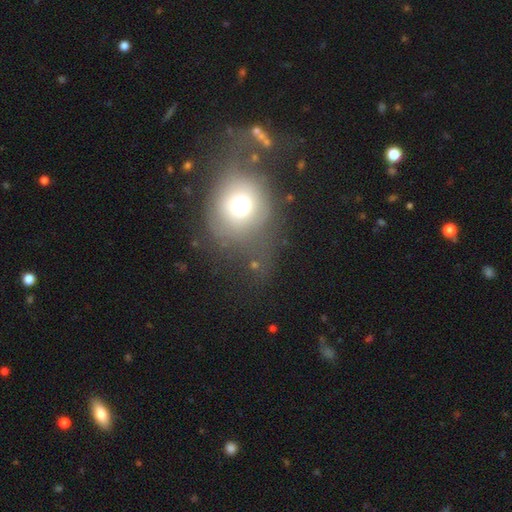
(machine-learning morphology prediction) A smooth galaxy with no disk features (56%) that is round (68%). Merging: none (53%).